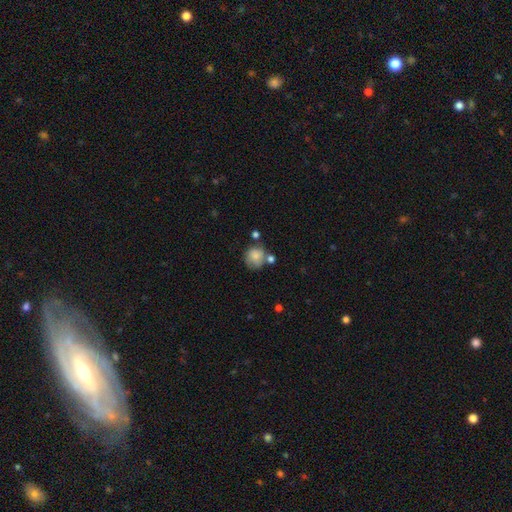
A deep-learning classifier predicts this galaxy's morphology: This is likely a smooth galaxy (79%). How rounded: clearly round (85%). Merging: possibly none (55%).